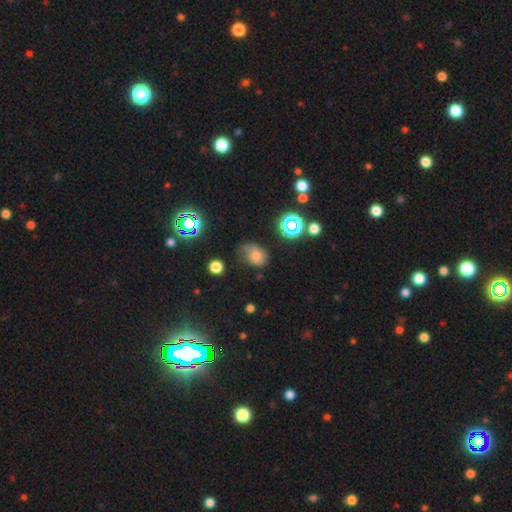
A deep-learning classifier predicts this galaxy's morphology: This is likely a smooth galaxy (65%). How rounded: likely in between (63%). Merging: marginally none (39%).